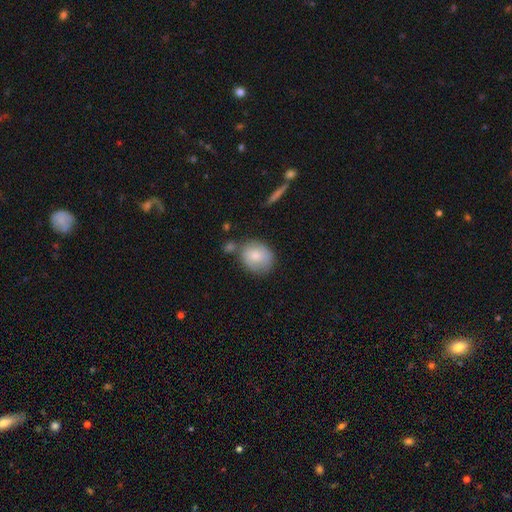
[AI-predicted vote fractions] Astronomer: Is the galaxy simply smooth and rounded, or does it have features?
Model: smooth — 76%.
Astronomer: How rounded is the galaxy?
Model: round — 66%.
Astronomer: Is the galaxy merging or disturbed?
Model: none — 60%.